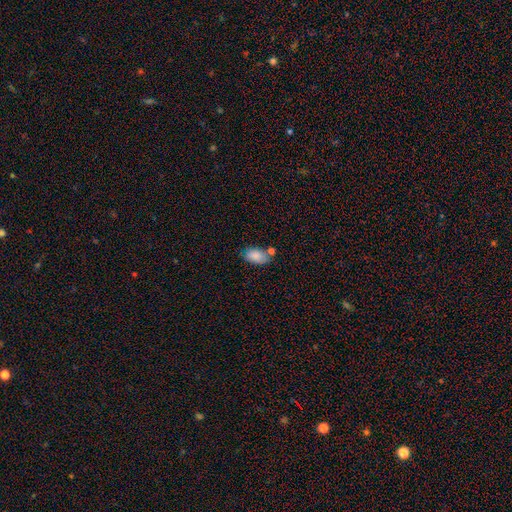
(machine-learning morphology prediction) Smooth or featured: smooth — 85% (featured or disk — 8%)
How rounded: in between — 91% (round — 7%)
Merging: none — 59% (minor disturbance — 20%)